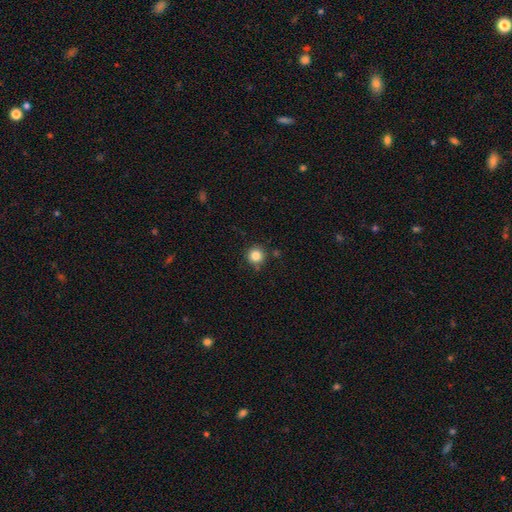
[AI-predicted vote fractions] Smooth or featured? smooth (84%)
How rounded? round (95%)
Merging? none (86%)